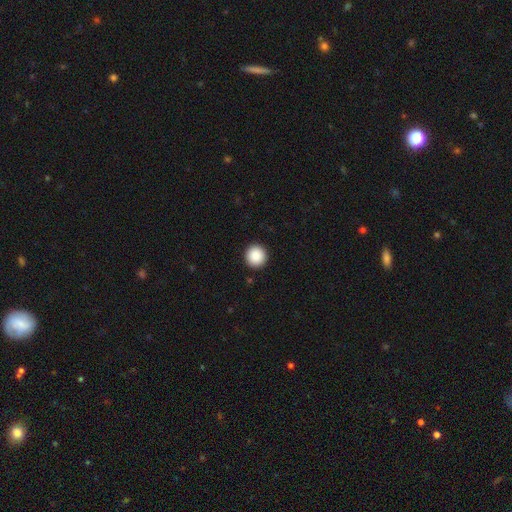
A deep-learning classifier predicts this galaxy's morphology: Smooth or featured?
  - smooth: 89% *
  - star or artifact: 8%
  - featured or disk: 3%
How rounded?
  - round: 96% *
  - in between: 4%
  - cigar-shaped: 1%
Merging?
  - none: 93% *
  - minor disturbance: 4%
  - major disturbance: 2%
  - merger: 1%